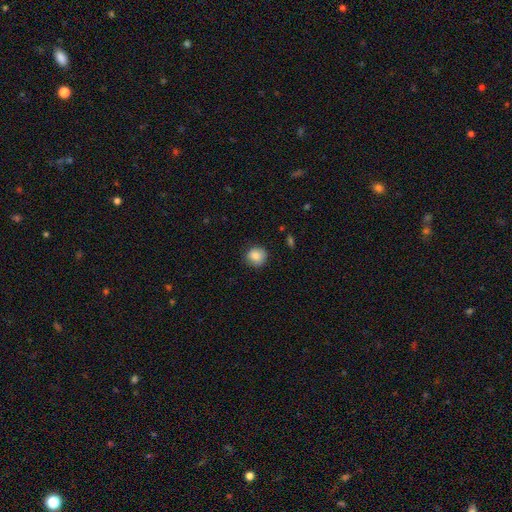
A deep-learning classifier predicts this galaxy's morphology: Smooth or featured? smooth (85%)
How rounded? round (88%)
Merging? none (84%)